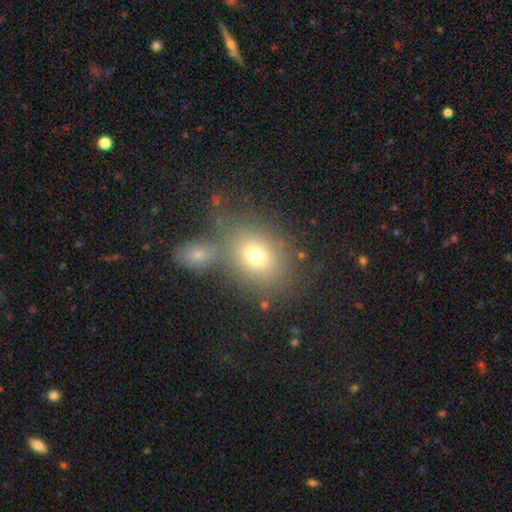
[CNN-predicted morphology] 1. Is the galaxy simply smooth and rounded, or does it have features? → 70% smooth, 15% featured or disk, 15% star or artifact.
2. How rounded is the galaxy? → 52% in between, 47% round, 1% cigar-shaped.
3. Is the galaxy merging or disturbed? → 57% none, 25% merger, 12% minor disturbance, 6% major disturbance.